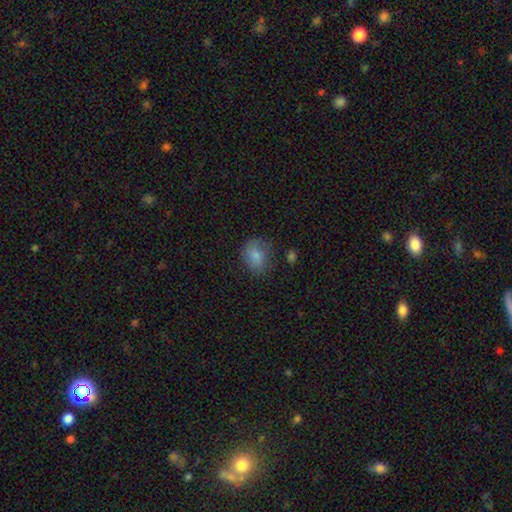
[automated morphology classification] This is clearly a smooth galaxy (81%). How rounded: possibly in between (53%). Merging: likely none (64%).